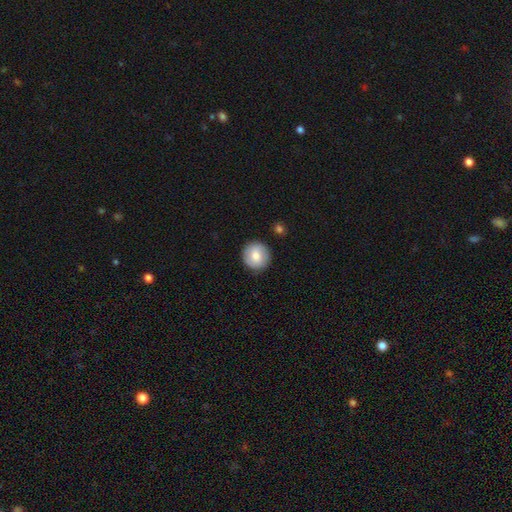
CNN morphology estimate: A smooth galaxy with no disk features (73%) that is round (93%). Merging: none (89%).